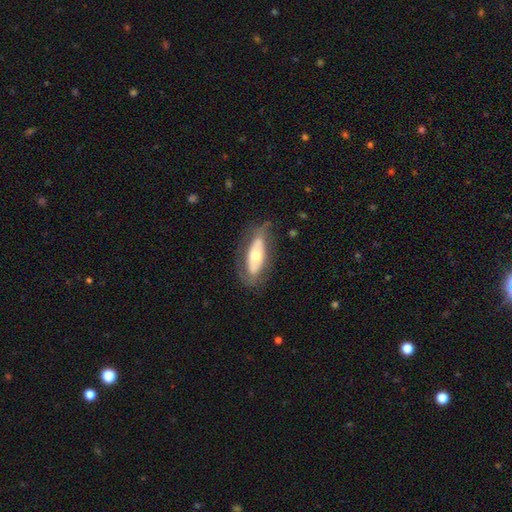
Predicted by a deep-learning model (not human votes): Smooth or featured? featured or disk (52%)
Edge-on disk? no (76%)
Merging? none (65%)